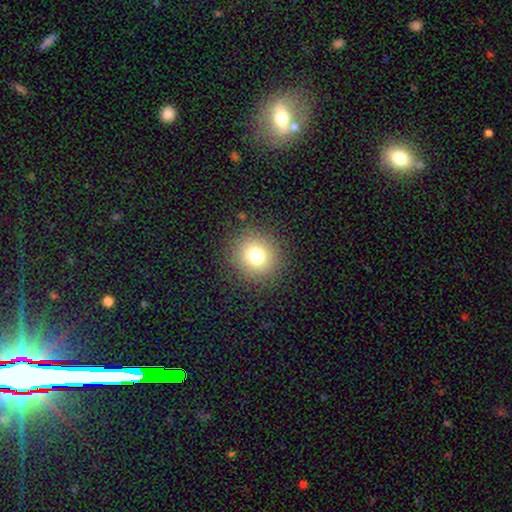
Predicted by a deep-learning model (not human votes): A smooth galaxy with no disk features (75%) that is round (91%). Merging: none (88%).